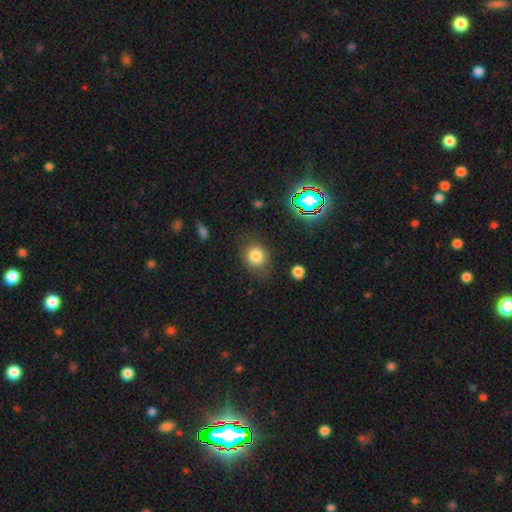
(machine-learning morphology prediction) type=smooth (80%); roundness=round (73%); merging=none (77%).